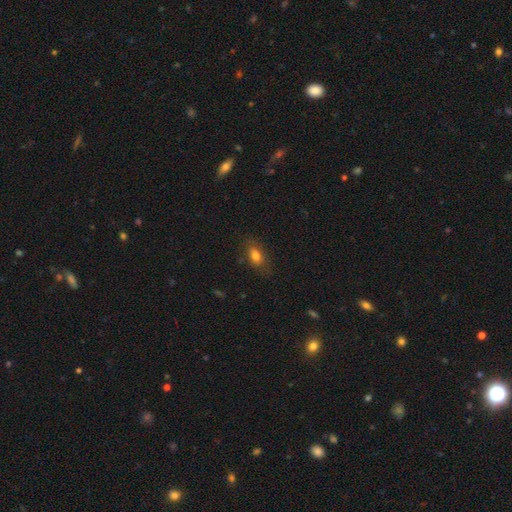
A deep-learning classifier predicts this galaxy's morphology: smooth 78%, featured or disk 12%, star or artifact 10%. Down the decision tree: how rounded — in between (83%); merging — none (76%).